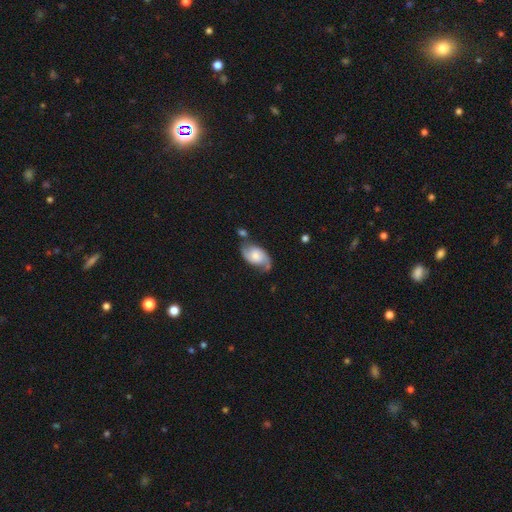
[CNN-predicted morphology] Smooth or featured? Predicted: featured or disk (p=0.73). Edge-on disk? Predicted: no (p=0.96). Bar? Predicted: no (p=0.59). Spiral arms? Predicted: yes (p=0.94). Spiral winding? Predicted: loose (p=0.42, tied with medium). Spiral arm count? Predicted: 2 (p=0.88). Bulge size? Predicted: moderate (p=0.33). Merging? Predicted: none (p=0.57).